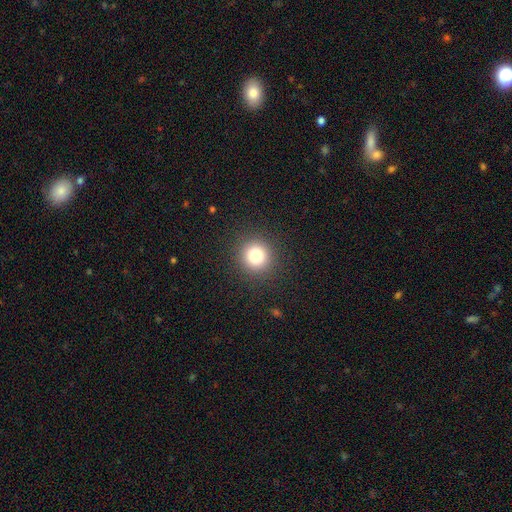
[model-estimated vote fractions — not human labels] Morphology: type=smooth (79%); roundness=round (94%); merging=none (91%).